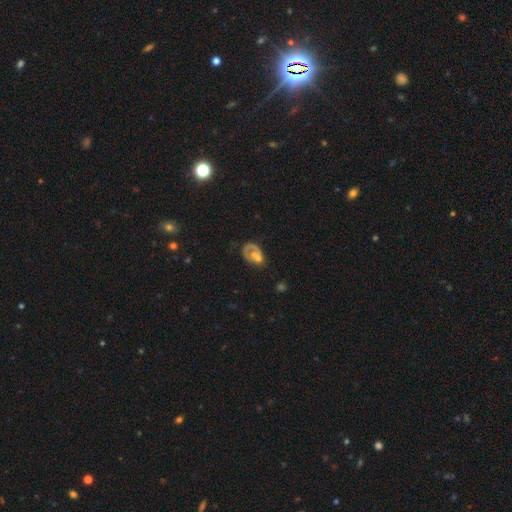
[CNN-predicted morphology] Smooth or featured? Predicted: featured or disk (p=0.51). Edge-on disk? Predicted: no (p=0.97). Merging? Predicted: none (p=0.35).